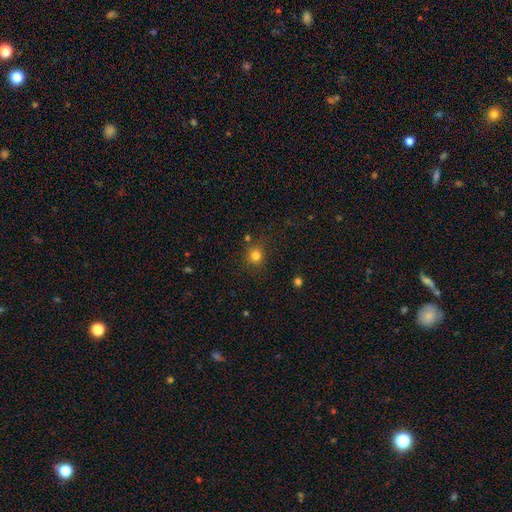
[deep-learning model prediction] smooth_or_featured: smooth (p=0.79) [alt: star or artifact p=0.15]
how_rounded: round (p=0.88) [alt: in between p=0.11]
merging: none (p=0.82) [alt: minor disturbance p=0.10]